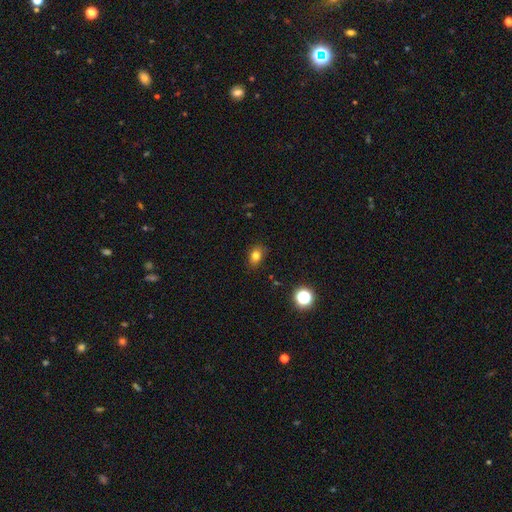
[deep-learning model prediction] smooth-or-featured: smooth: 77% | star or artifact: 14% | featured or disk: 8%
  how-rounded: in between: 66% | round: 33% | cigar-shaped: 1%
  merging: none: 81% | minor disturbance: 14% | major disturbance: 3% | merger: 2%